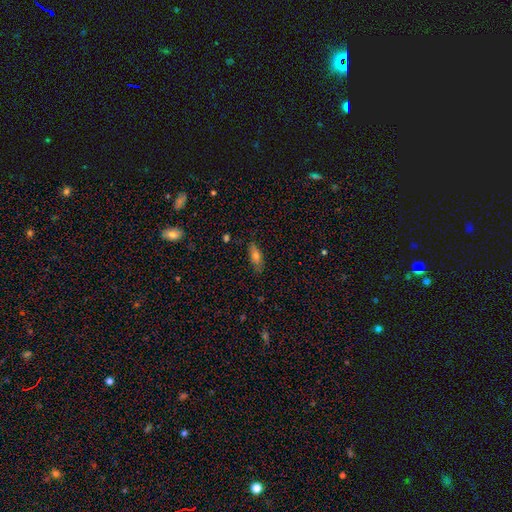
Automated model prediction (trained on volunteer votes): The model was most divided on "how rounded": in between: 63%, cigar-shaped: 32%, round: 5%. More confident: merging — none (79%); smooth or featured — smooth (63%).